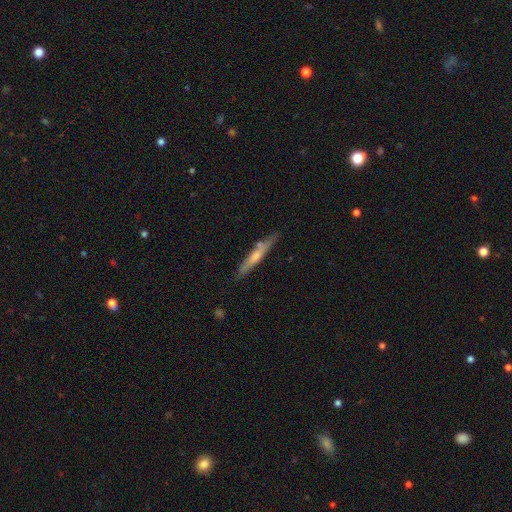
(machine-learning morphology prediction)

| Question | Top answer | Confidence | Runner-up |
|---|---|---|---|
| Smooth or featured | featured or disk | 51% | smooth (43%) |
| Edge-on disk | yes | 91% | no (9%) |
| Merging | none | 78% | minor disturbance (15%) |